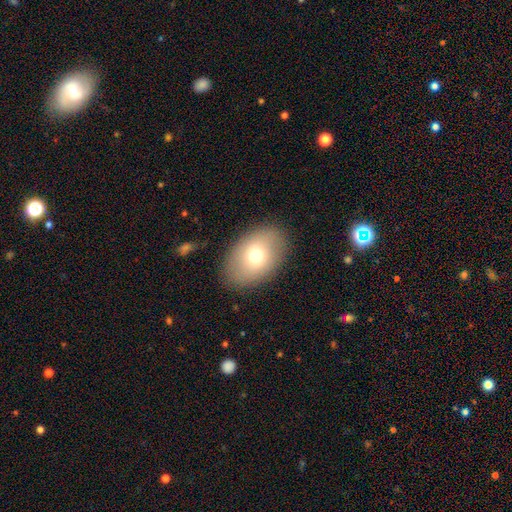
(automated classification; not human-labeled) Smooth or featured? smooth (72%)
How rounded? in between (84%)
Merging? none (86%)